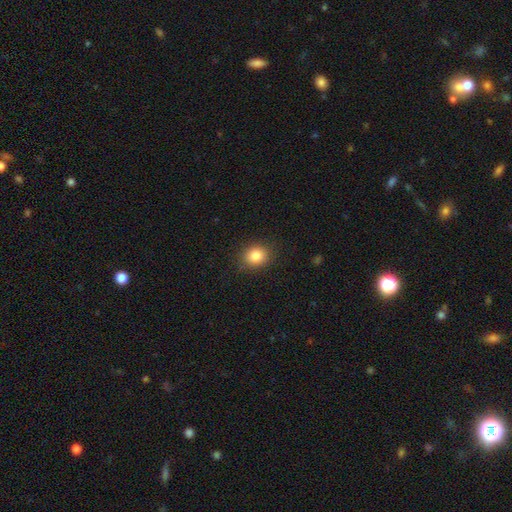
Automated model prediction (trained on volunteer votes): This is clearly a smooth galaxy (85%). How rounded: likely round (64%). Merging: clearly none (87%).